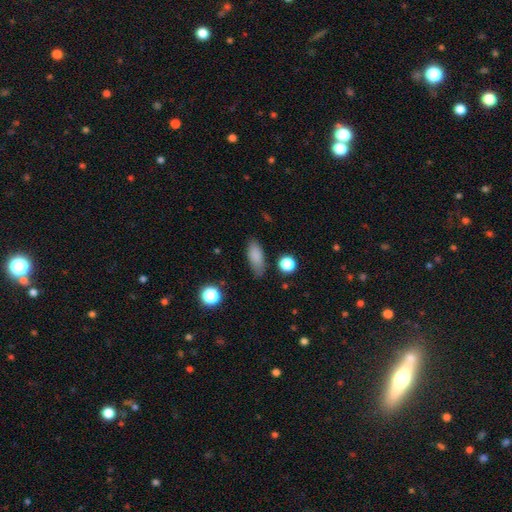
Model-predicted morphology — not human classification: Q: Smooth or featured?
A: smooth (83%); runner-up: star or artifact (9%)
Q: How rounded?
A: in between (75%); runner-up: cigar-shaped (21%)
Q: Merging?
A: none (77%); runner-up: minor disturbance (17%)